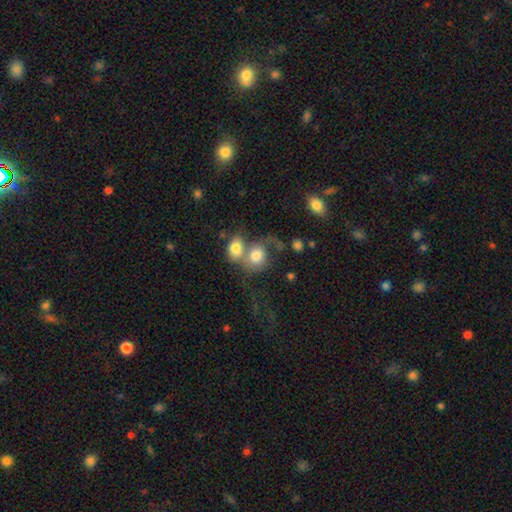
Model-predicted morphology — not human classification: Smooth or featured?
  - smooth: 70% *
  - featured or disk: 21%
  - star or artifact: 9%
How rounded?
  - round: 57% *
  - in between: 42%
  - cigar-shaped: 1%
Merging?
  - merger: 62% *
  - none: 18%
  - major disturbance: 12%
  - minor disturbance: 8%